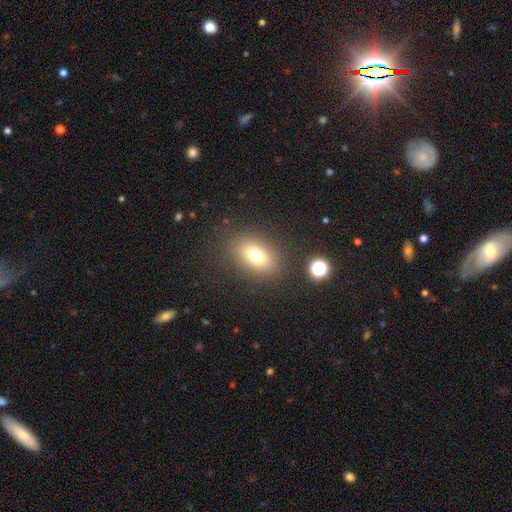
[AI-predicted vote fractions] Smooth or featured?
  - smooth: 74% *
  - star or artifact: 13%
  - featured or disk: 13%
How rounded?
  - in between: 78% *
  - round: 20%
  - cigar-shaped: 2%
Merging?
  - none: 84% *
  - minor disturbance: 9%
  - major disturbance: 4%
  - merger: 2%